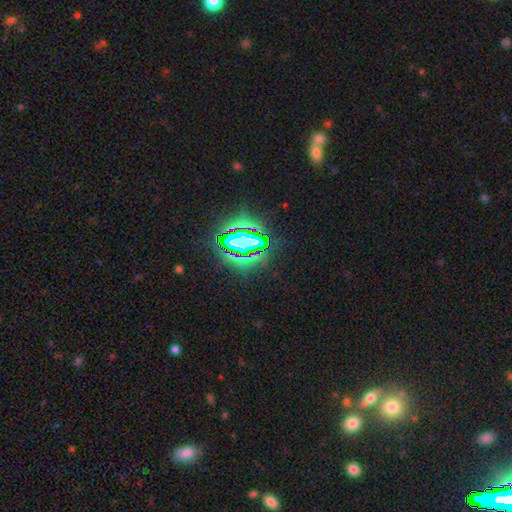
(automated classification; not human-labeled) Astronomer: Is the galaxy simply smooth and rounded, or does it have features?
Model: star or artifact — 81%.